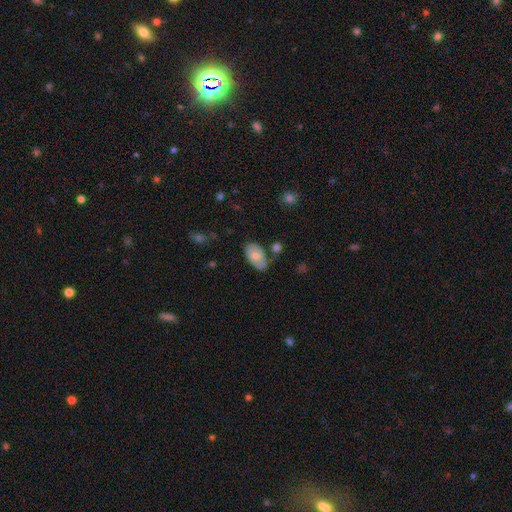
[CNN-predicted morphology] smooth-or-featured: smooth: 69% | featured or disk: 25% | star or artifact: 6%
  how-rounded: in between: 93% | round: 5% | cigar-shaped: 1%
  merging: none: 64% | minor disturbance: 23% | merger: 8% | major disturbance: 6%